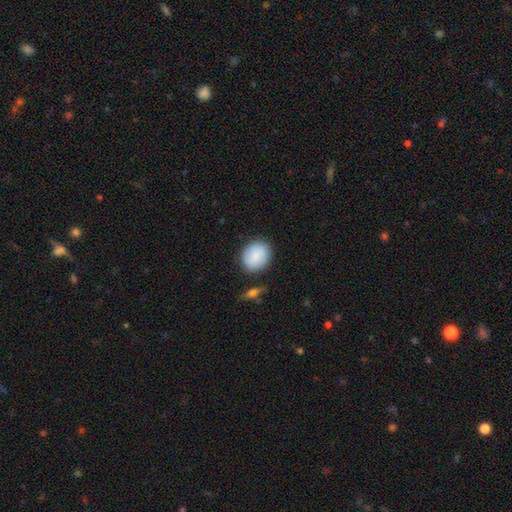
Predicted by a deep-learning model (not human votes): Smooth or featured: smooth — 85% (featured or disk — 9%)
How rounded: round — 64% (in between — 35%)
Merging: none — 83% (minor disturbance — 11%)